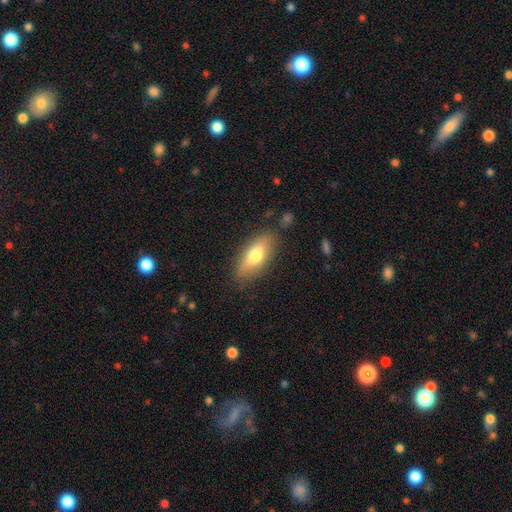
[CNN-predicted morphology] A smooth galaxy with no disk features (70%) that is in between round and cigar-shaped (77%). Merging: none (80%).